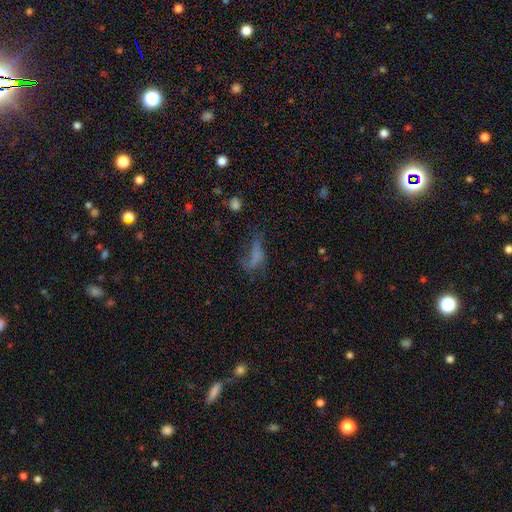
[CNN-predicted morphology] Q: Smooth or featured?
A: smooth (49%); runner-up: featured or disk (29%)
Q: Merging?
A: major disturbance (44%); runner-up: none (30%)